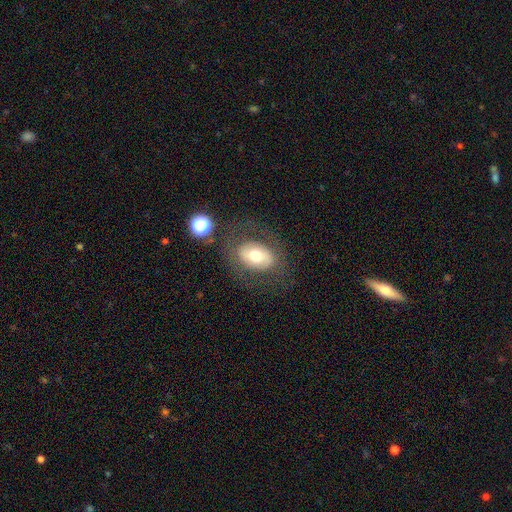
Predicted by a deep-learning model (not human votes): This is possibly a smooth galaxy (58%). How rounded: likely in between (78%). Merging: likely none (74%).